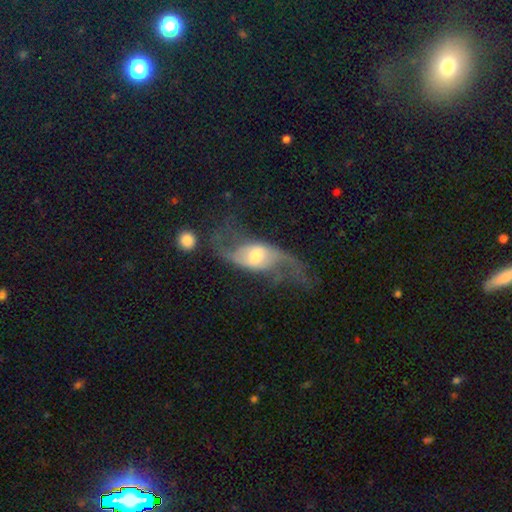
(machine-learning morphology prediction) The model was most divided on "bar": weak: 41%, no: 40%, strong: 19%. More confident: spiral arms — yes (94%); edge-on disk — no (93%); spiral arm count — 2 (92%); smooth or featured — featured or disk (83%); spiral winding — loose (83%); bulge size — moderate (57%); merging — none (54%).